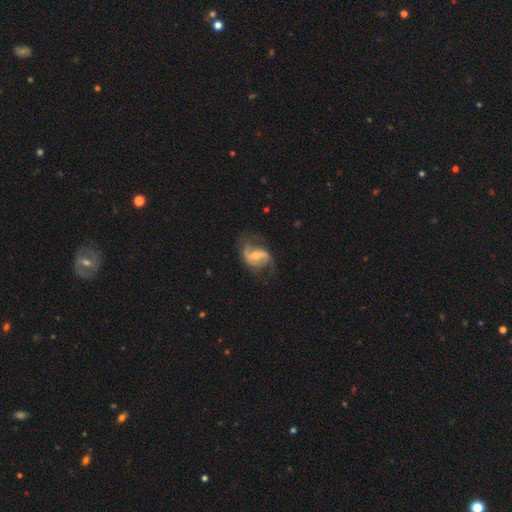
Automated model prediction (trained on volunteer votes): Q: Smooth or featured?
A: featured or disk (71%); runner-up: smooth (23%)
Q: Edge-on disk?
A: no (96%); runner-up: yes (4%)
Q: Bar?
A: weak (44%); runner-up: strong (32%)
Q: Spiral arms?
A: yes (82%); runner-up: no (18%)
Q: Spiral winding?
A: loose (50%); runner-up: medium (37%)
Q: Spiral arm count?
A: 2 (82%); runner-up: can't tell (9%)
Q: Bulge size?
A: moderate (60%); runner-up: small (33%)
Q: Merging?
A: none (56%); runner-up: minor disturbance (23%)